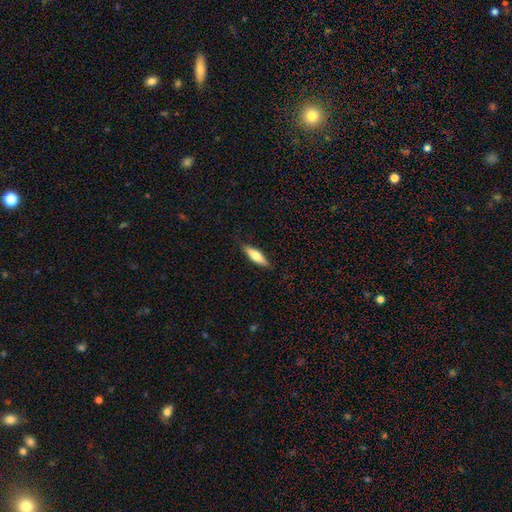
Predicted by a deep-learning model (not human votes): This is likely a smooth galaxy (66%). How rounded: likely cigar-shaped (60%). Merging: clearly none (84%).